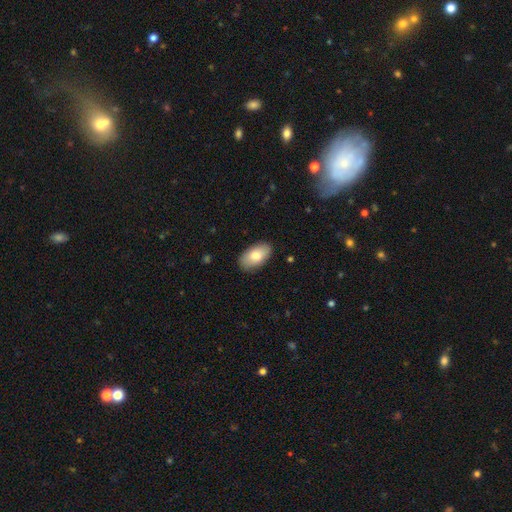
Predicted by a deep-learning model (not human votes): Smooth or featured: smooth — 79% (featured or disk — 14%)
How rounded: in between — 94% (round — 4%)
Merging: none — 87% (minor disturbance — 10%)